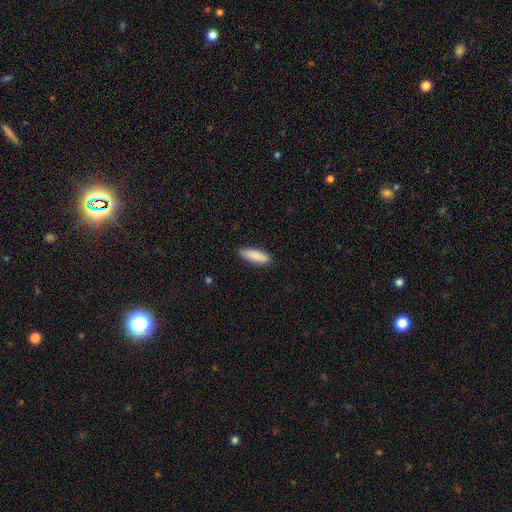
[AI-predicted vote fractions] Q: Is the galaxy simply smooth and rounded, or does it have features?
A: smooth — 88%.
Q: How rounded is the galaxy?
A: in between — 53%.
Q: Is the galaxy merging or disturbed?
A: none — 87%.